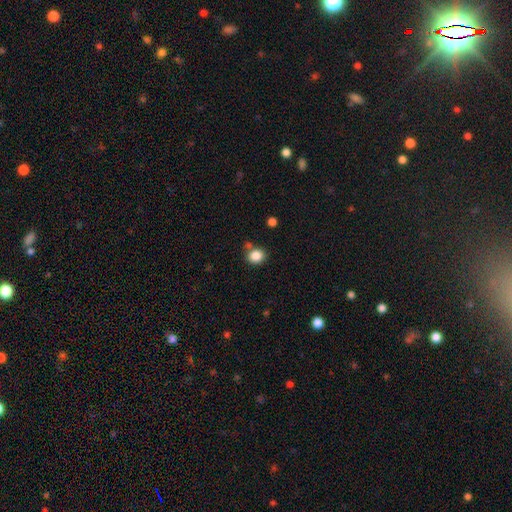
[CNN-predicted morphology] type=smooth (85%); roundness=round (74%); merging=none (72%).